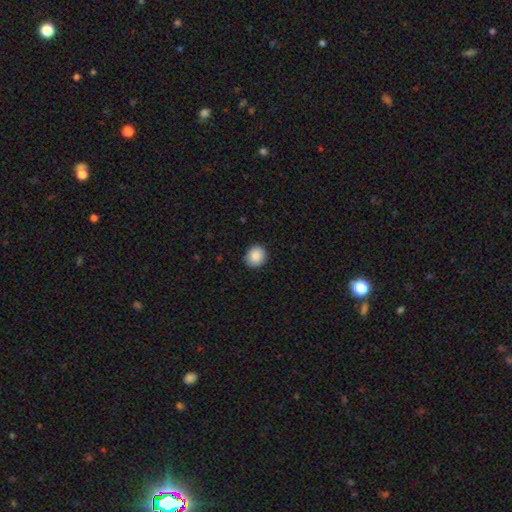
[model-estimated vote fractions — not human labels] smooth_or_featured: smooth (p=0.88) [alt: star or artifact p=0.08]
how_rounded: round (p=0.84) [alt: in between p=0.15]
merging: none (p=0.90) [alt: minor disturbance p=0.08]